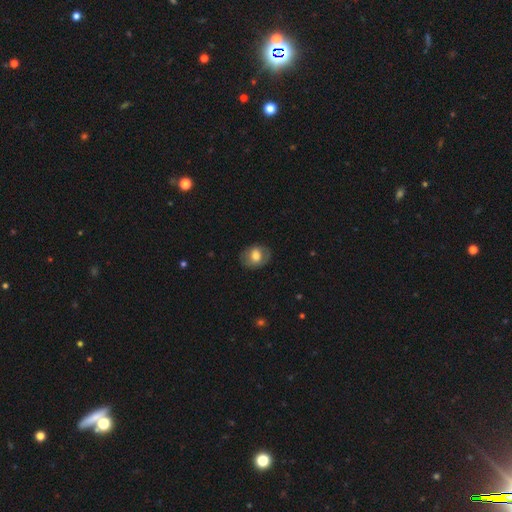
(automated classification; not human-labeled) Overall: smooth (65%; featured or disk 27%). How rounded: in between (51%; round 48%). Merging: none (77%).